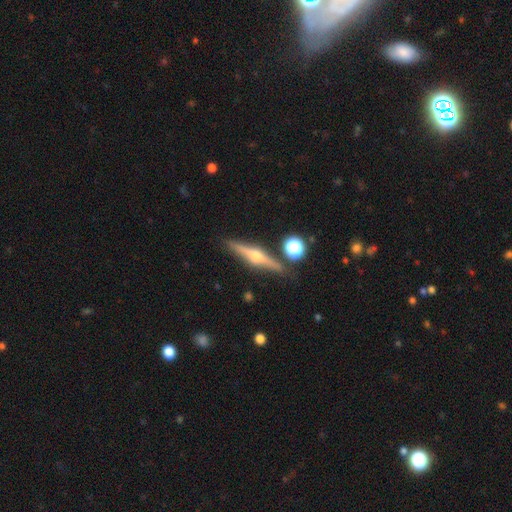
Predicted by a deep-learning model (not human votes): This is likely a featured or disk galaxy (78%). It is clearly viewed edge-on (98%). Edge-on bulge: clearly rounded (95%). Merging: clearly none (88%).